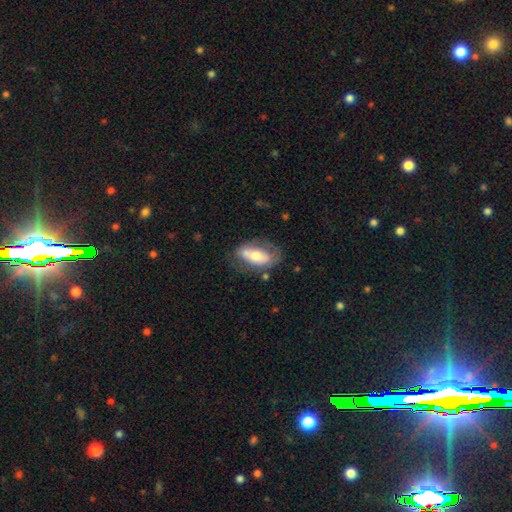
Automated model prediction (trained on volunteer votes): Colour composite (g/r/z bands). It shows a smooth galaxy with no disk features (51%) that is in between round and cigar-shaped (88%). Merging: none (57%).